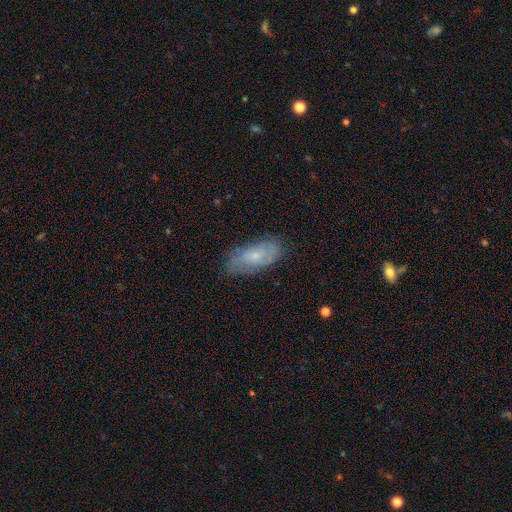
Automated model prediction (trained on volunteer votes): Morphology: type=featured or disk (54%); edge-on=no (90%); merging=none (72%).